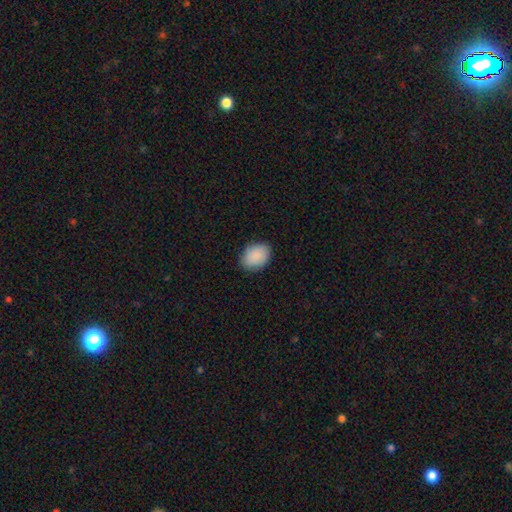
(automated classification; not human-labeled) Smooth or featured: smooth — 90% (star or artifact — 7%)
How rounded: in between — 69% (round — 30%)
Merging: none — 84% (minor disturbance — 12%)